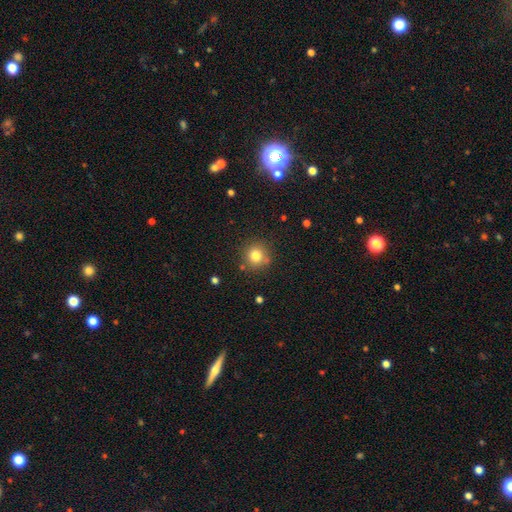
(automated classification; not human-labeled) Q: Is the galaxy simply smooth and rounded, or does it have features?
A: smooth — 80%.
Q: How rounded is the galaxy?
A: round — 91%.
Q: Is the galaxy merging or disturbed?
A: none — 80%.